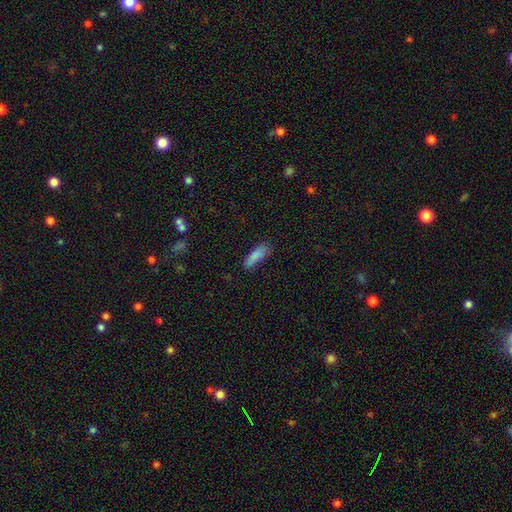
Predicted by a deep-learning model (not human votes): Smooth or featured? smooth (85%)
How rounded? cigar-shaped (52%)
Merging? none (70%)